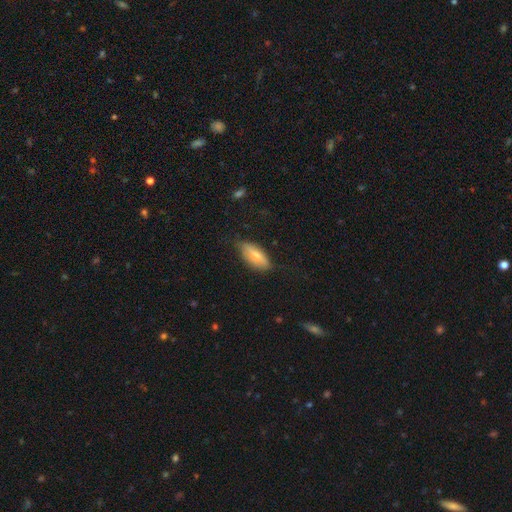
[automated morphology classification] Smooth or featured?
  - smooth: 73% *
  - featured or disk: 20%
  - star or artifact: 7%
How rounded?
  - in between: 80% *
  - cigar-shaped: 18%
  - round: 2%
Merging?
  - none: 69% *
  - minor disturbance: 25%
  - major disturbance: 5%
  - merger: 1%